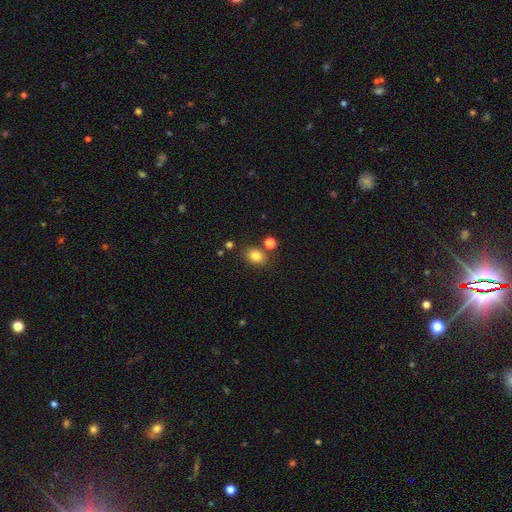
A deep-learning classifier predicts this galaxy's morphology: Smooth or featured? smooth (81%)
How rounded? in between (56%)
Merging? none (76%)